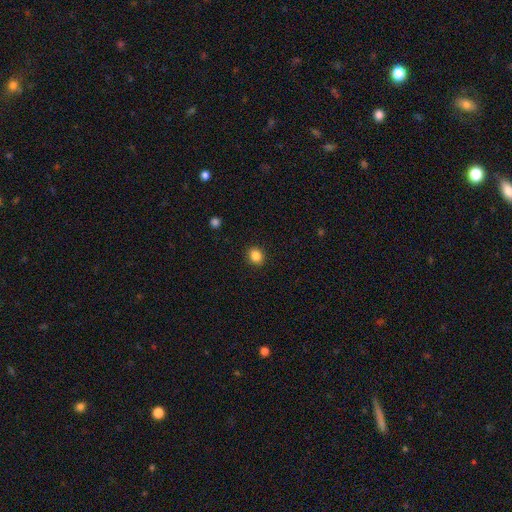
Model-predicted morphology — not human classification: The model was most divided on "how rounded": round: 76%, in between: 23%, cigar-shaped: 1%. More confident: merging — none (91%); smooth or featured — smooth (86%).